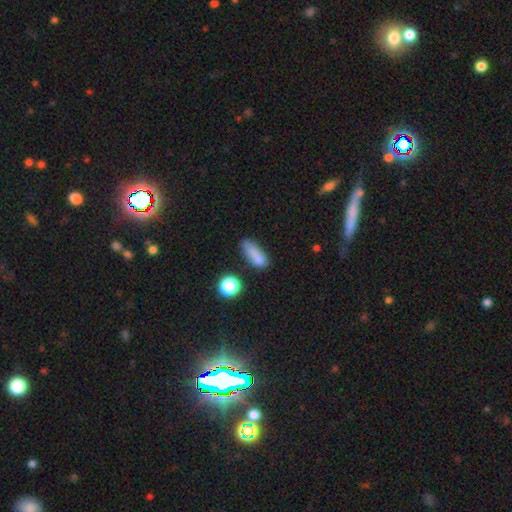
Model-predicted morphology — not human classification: This appears to be a smooth galaxy with no disk features (77%) that is in between round and cigar-shaped (60%). Merging: none (56%).